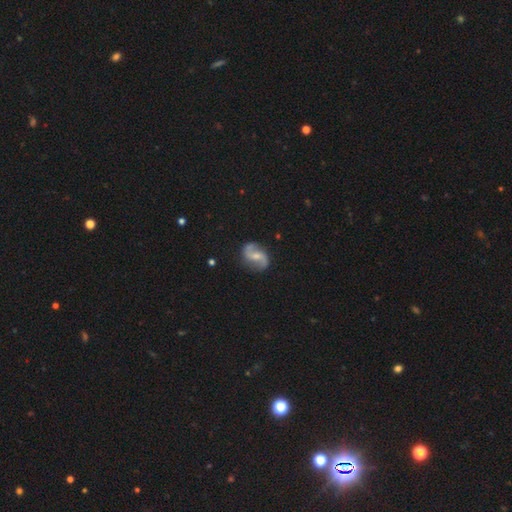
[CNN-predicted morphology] Overall: featured or disk (85%). Edge-on disk: no (98%). Bar: weak (47%; no 37%). Spiral arms: yes (96%). Spiral arm count: 2 (93%). Spiral winding: loose (58%; medium 33%). Bulge size: small (44%; moderate 41%). Merging: none (82%).